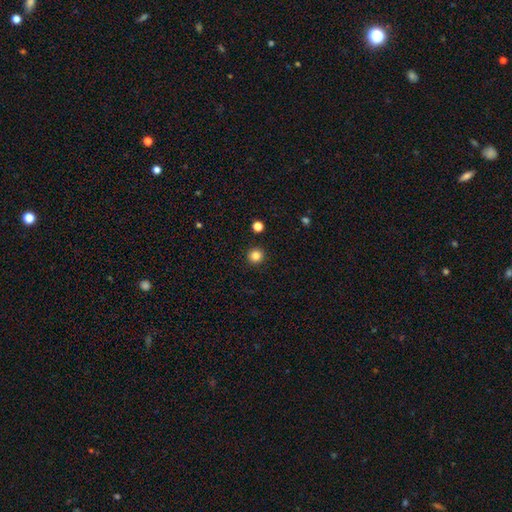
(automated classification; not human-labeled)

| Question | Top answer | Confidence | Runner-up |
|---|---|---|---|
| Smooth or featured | smooth | 85% | star or artifact (12%) |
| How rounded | round | 95% | in between (4%) |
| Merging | none | 92% | minor disturbance (4%) |